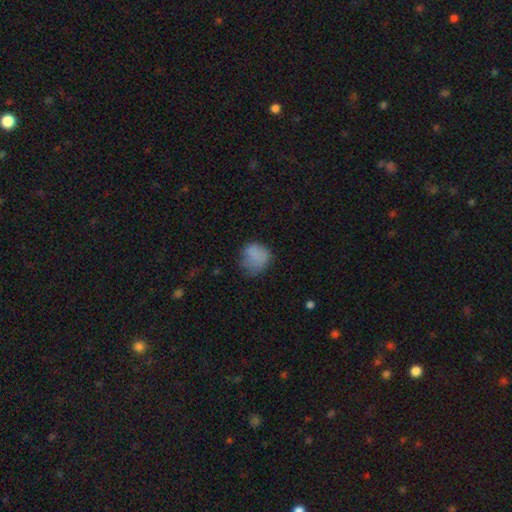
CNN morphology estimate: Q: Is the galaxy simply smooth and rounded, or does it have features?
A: smooth — 78%.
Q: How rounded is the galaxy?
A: round — 75%.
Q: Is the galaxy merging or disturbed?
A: none — 49%.